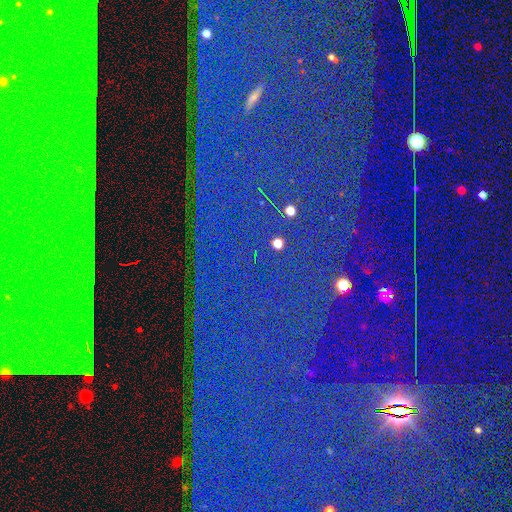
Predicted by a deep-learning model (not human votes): Q: Smooth or featured?
A: star or artifact (82%); runner-up: smooth (10%)